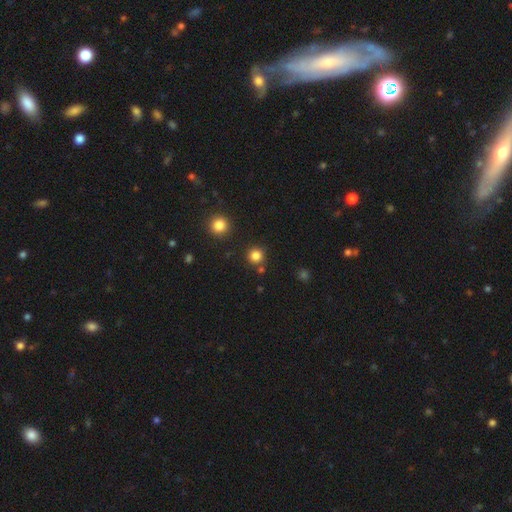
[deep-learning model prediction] Morphology: type=smooth (82%); roundness=round (94%); merging=none (84%).